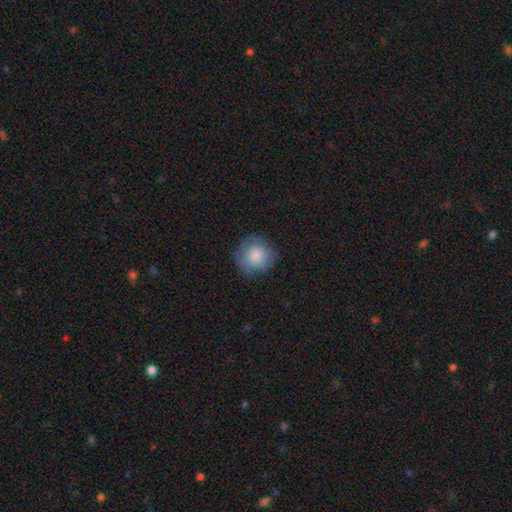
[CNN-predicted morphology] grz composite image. It shows a smooth galaxy with no disk features (82%) that is round (92%). Merging: none (79%).